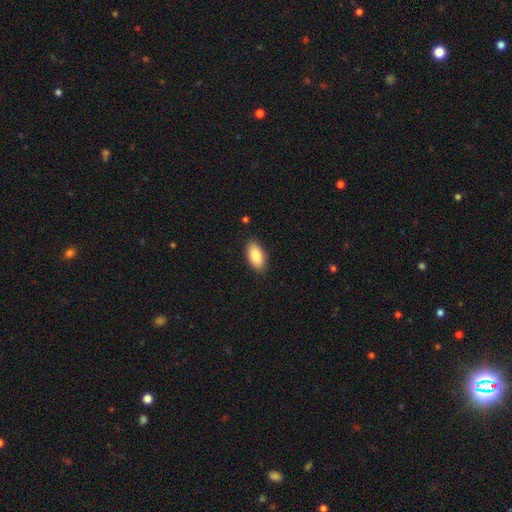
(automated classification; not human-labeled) This is clearly a smooth galaxy (87%). How rounded: clearly in between (93%). Merging: clearly none (88%).